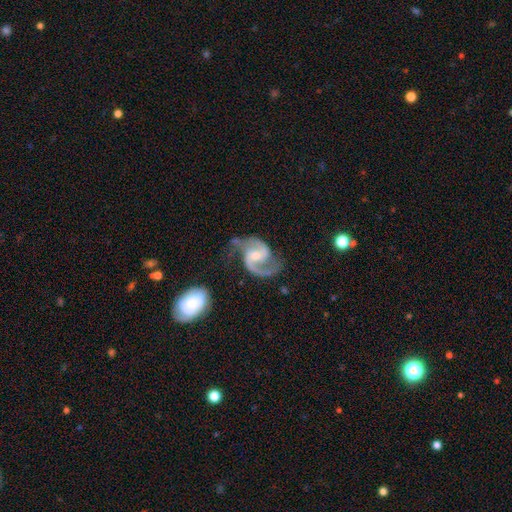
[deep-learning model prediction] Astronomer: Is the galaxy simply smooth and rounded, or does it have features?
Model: featured or disk — 91%.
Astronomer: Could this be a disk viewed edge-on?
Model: no — 98%.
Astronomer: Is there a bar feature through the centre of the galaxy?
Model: weak — 46% (runner-up: no, 39%).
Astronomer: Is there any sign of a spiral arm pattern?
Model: yes — 98%.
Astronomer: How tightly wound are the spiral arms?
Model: medium — 58%.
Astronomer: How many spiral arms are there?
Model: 2 — 91%.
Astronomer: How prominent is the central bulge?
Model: moderate — 52% (runner-up: small, 39%).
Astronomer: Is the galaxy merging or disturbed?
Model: none — 63%.